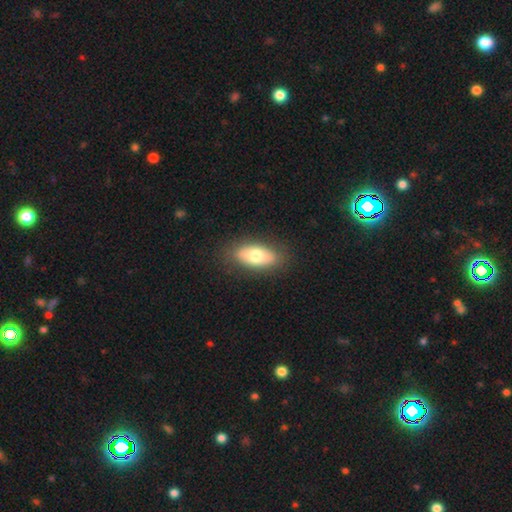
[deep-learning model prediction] A smooth galaxy with no disk features (66%) that is in between round and cigar-shaped (89%).

Vote fractions:
- Smooth or featured? smooth: 66% / featured or disk: 27% / star or artifact: 6%
- How rounded? in between: 89% / cigar-shaped: 7% / round: 4%
- Merging? none: 84% / minor disturbance: 11% / major disturbance: 3% / merger: 1%